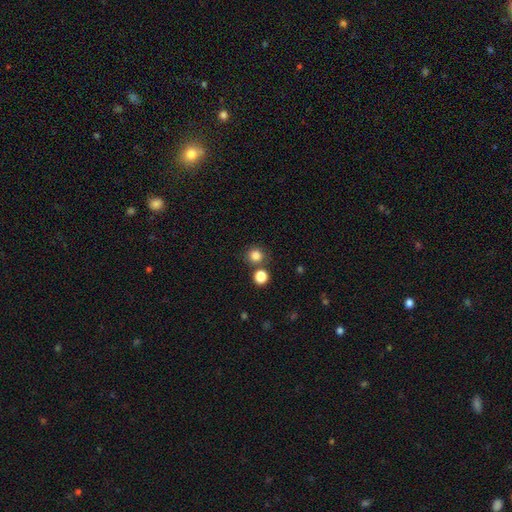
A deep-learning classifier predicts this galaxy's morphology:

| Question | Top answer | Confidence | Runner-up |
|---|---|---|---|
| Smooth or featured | smooth | 82% | star or artifact (13%) |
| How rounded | round | 92% | in between (7%) |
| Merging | none | 76% | merger (14%) |